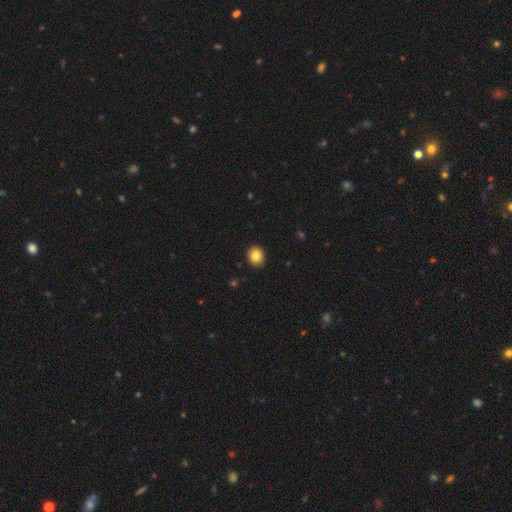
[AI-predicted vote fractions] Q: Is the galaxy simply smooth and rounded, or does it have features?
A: smooth — 84%.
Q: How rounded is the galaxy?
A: round — 77%.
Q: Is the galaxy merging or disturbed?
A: none — 91%.